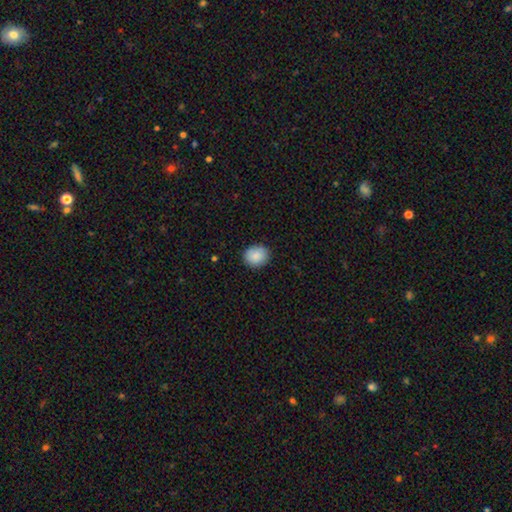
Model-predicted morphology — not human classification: type=smooth (88%); roundness=round (66%); merging=none (88%).